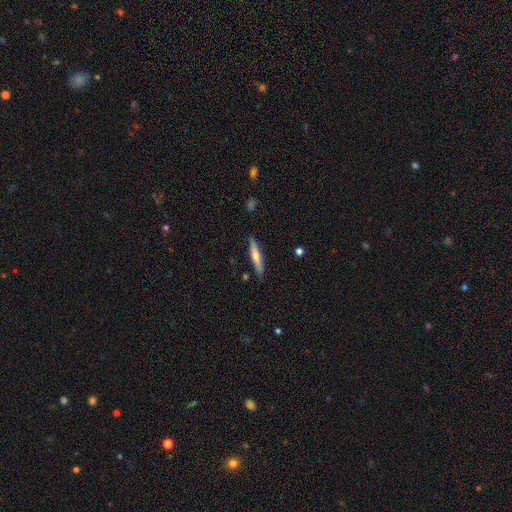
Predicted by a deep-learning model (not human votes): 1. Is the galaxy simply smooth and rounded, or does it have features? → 48% smooth, 46% featured or disk, 6% star or artifact.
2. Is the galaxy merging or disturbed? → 88% none, 9% minor disturbance, 2% major disturbance, 2% merger.